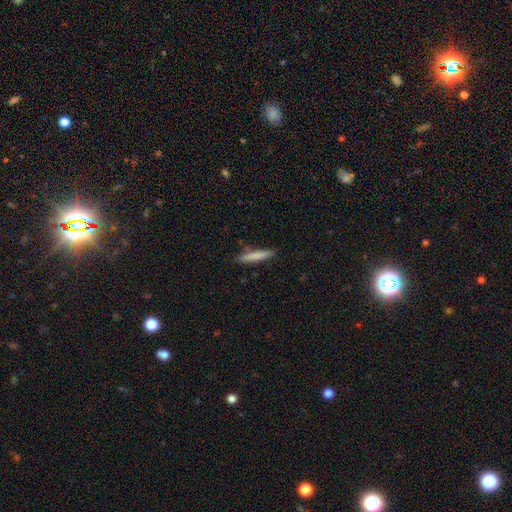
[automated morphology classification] Smooth or featured? Predicted: smooth (p=0.80). How rounded? Predicted: cigar-shaped (p=0.91). Merging? Predicted: none (p=0.87).